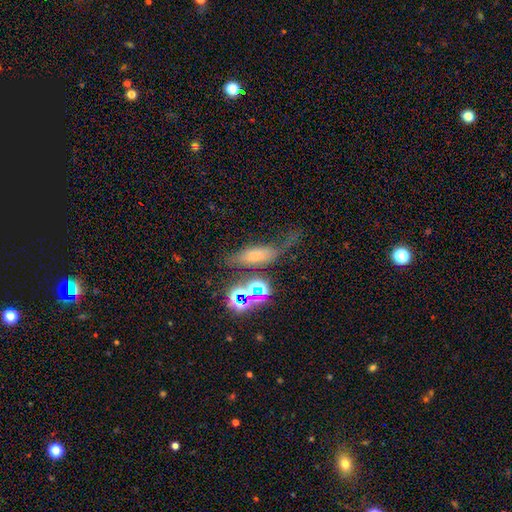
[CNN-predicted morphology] This is possibly a smooth galaxy (56%). How rounded: possibly in between (55%). Merging: possibly none (48%).